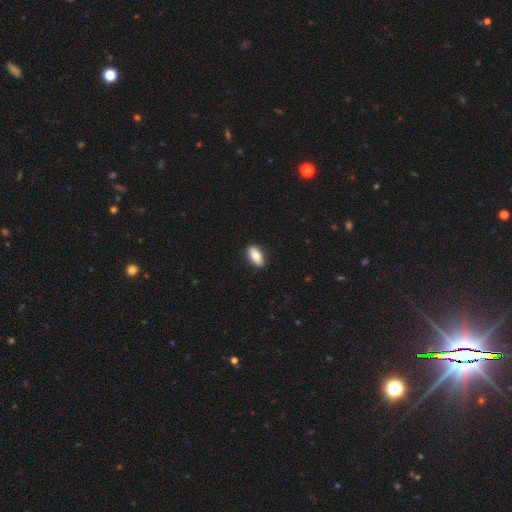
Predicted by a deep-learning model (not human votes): A smooth galaxy with no disk features (82%) that is in between round and cigar-shaped (83%).

Vote fractions:
- Smooth or featured? smooth: 82% / featured or disk: 12% / star or artifact: 6%
- How rounded? in between: 83% / cigar-shaped: 14% / round: 3%
- Merging? none: 89% / minor disturbance: 9% / major disturbance: 2% / merger: 1%